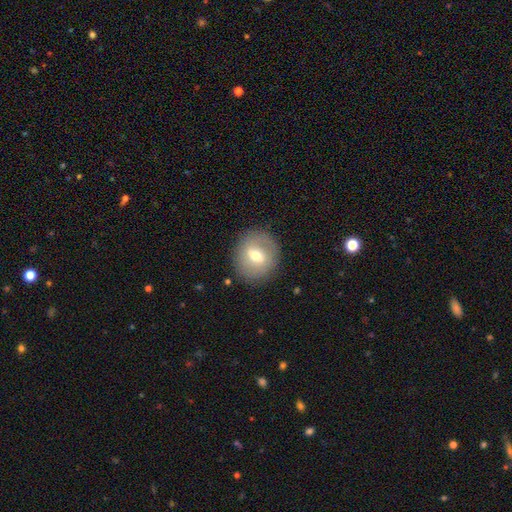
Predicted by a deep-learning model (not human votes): smooth-or-featured: smooth: 55% | featured or disk: 36% | star or artifact: 8%
  how-rounded: round: 74% | in between: 24% | cigar-shaped: 1%
  merging: none: 84% | minor disturbance: 10% | major disturbance: 4% | merger: 1%